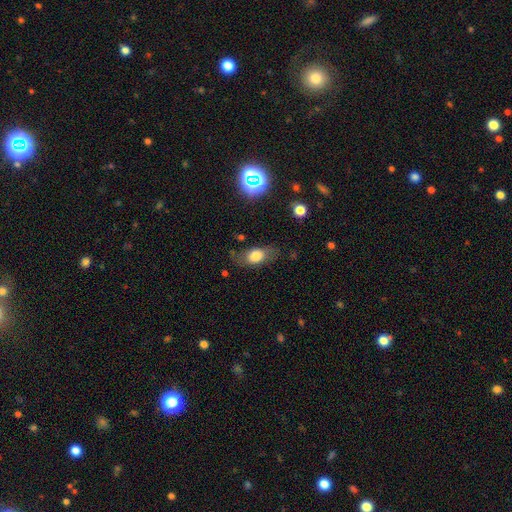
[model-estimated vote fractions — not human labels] Q: Smooth or featured?
A: smooth (71%); runner-up: featured or disk (19%)
Q: How rounded?
A: in between (79%); runner-up: round (13%)
Q: Merging?
A: none (72%); runner-up: minor disturbance (18%)